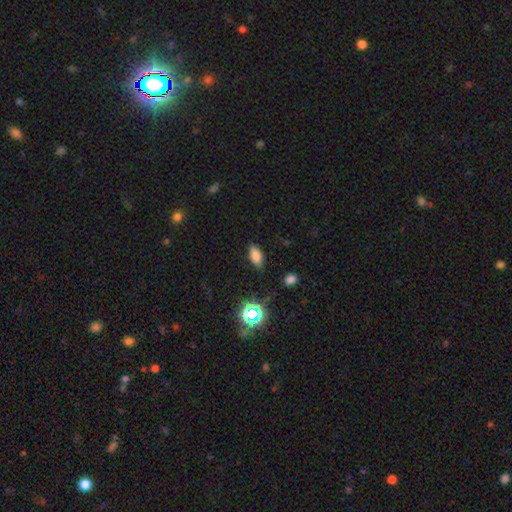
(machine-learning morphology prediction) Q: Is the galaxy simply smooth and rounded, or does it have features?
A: smooth — 75%.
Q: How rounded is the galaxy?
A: in between — 85%.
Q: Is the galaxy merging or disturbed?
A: none — 84%.